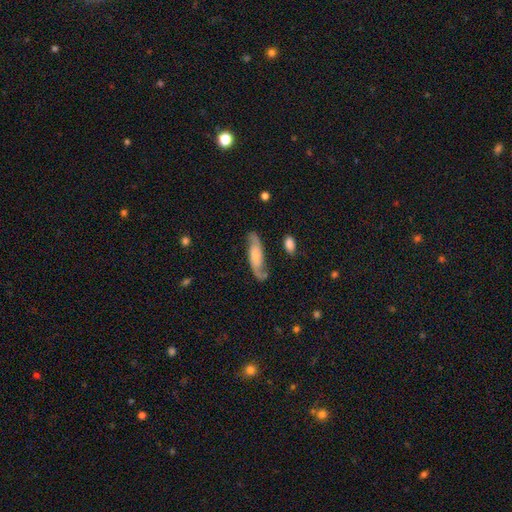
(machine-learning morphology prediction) A featured or disk galaxy (70%) with no bar (58%), 2 (89%) loose (54%) spiral arms (93%) and a small central bulge (38%). Merging: none (70%).